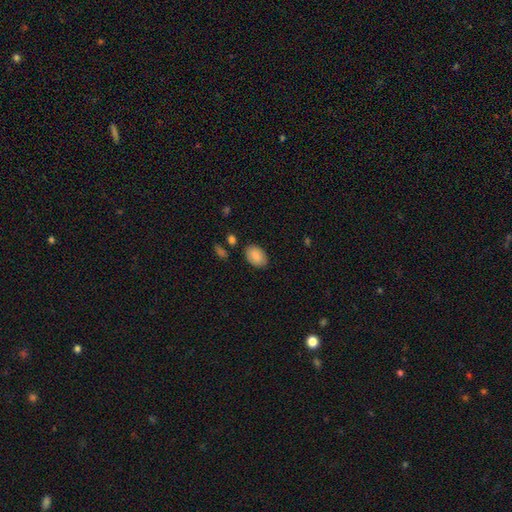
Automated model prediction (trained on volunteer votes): Smooth or featured?
  - smooth: 85% *
  - featured or disk: 8%
  - star or artifact: 7%
How rounded?
  - in between: 86% *
  - round: 13%
  - cigar-shaped: 1%
Merging?
  - none: 84% *
  - minor disturbance: 11%
  - major disturbance: 3%
  - merger: 2%